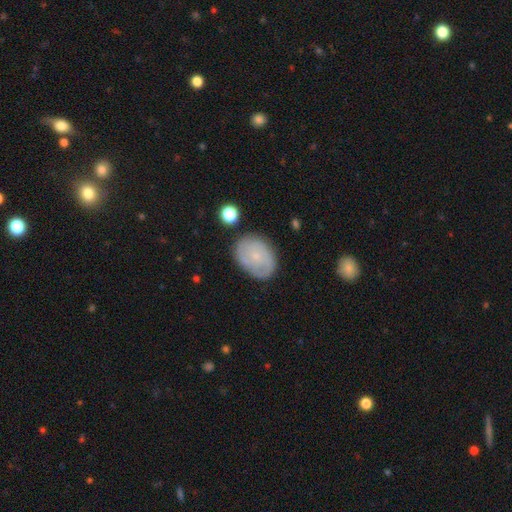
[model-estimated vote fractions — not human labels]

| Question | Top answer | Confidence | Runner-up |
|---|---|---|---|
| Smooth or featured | featured or disk | 49% | smooth (44%) |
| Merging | none | 77% | minor disturbance (17%) |